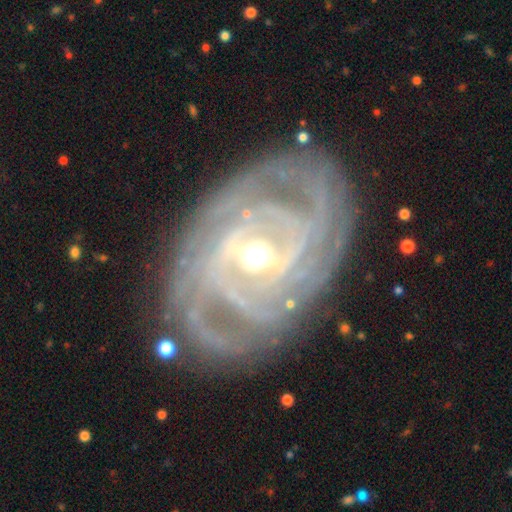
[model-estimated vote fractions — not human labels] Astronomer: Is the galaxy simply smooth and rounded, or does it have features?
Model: featured or disk — 91%.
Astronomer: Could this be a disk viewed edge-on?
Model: no — 96%.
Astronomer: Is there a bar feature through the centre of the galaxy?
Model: weak — 41%, tied with strong at 41%.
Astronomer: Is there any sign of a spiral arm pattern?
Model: yes — 98%.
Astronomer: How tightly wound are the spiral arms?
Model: tight — 77%.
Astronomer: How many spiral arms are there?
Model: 4 — 24% (runner-up: can't tell, 22%).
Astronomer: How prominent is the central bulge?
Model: moderate — 63%.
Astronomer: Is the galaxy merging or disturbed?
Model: none — 82%.